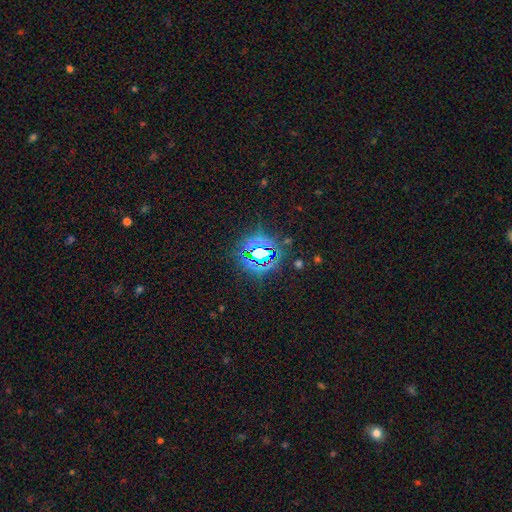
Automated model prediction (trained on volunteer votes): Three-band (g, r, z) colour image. It shows a star or artifact, not a galaxy (76%).